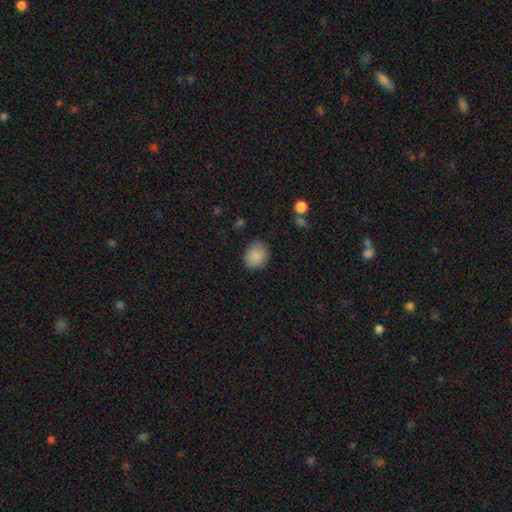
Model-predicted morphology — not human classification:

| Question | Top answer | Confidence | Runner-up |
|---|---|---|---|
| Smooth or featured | smooth | 87% | star or artifact (8%) |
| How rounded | round | 65% | in between (34%) |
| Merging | none | 82% | minor disturbance (13%) |